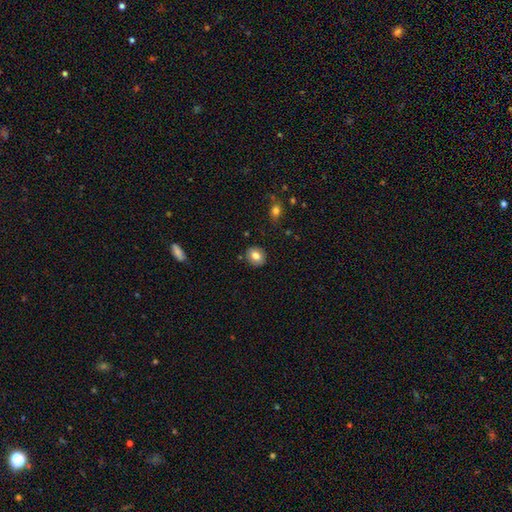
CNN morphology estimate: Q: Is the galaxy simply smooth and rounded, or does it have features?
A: smooth — 78%.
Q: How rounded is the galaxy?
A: round — 60%.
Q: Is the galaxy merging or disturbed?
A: none — 86%.